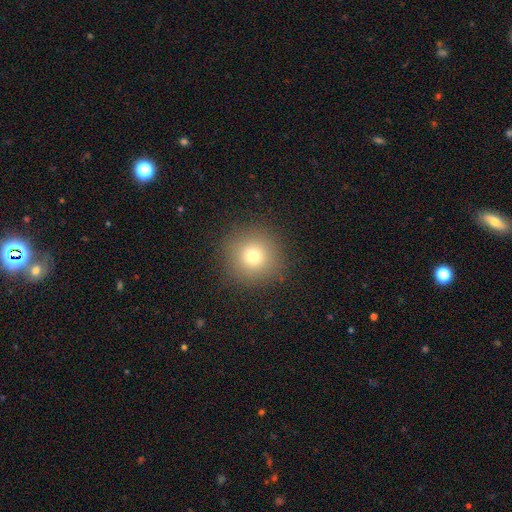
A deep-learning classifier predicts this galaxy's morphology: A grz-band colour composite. It shows a smooth galaxy with no disk features (73%) that is round (95%). Merging: none (90%).